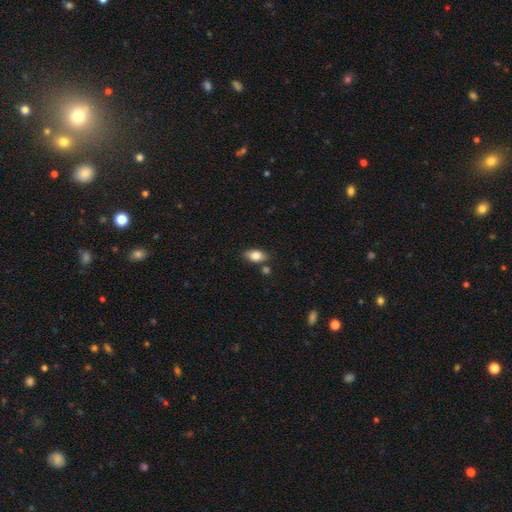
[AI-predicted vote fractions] Overall: smooth (82%). How rounded: in between (89%). Merging: none (76%).